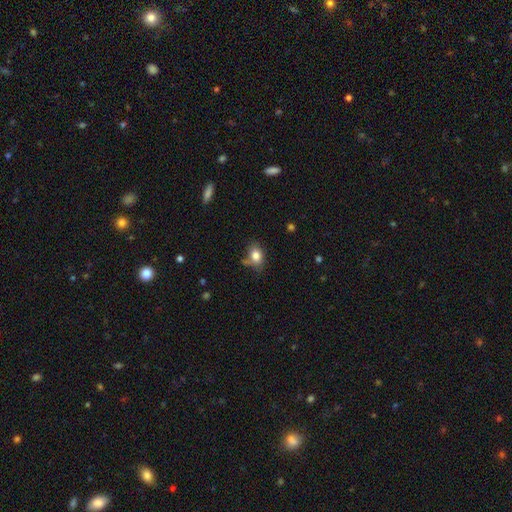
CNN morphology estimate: Smooth or featured? Predicted: smooth (p=0.81). How rounded? Predicted: in between (p=0.75). Merging? Predicted: none (p=0.63).